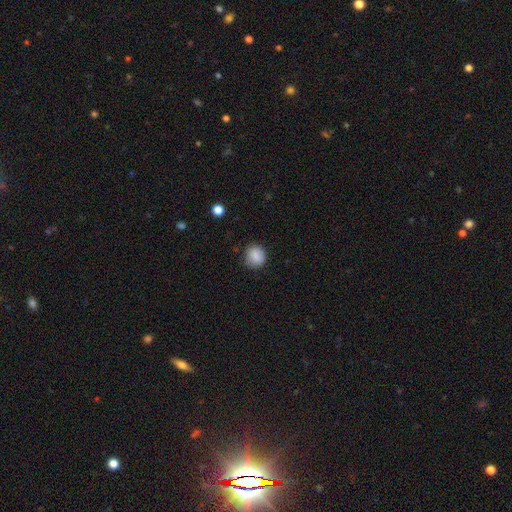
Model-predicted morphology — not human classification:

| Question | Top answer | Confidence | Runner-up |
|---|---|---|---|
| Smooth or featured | smooth | 86% | star or artifact (8%) |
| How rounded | round | 81% | in between (18%) |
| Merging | none | 82% | minor disturbance (14%) |